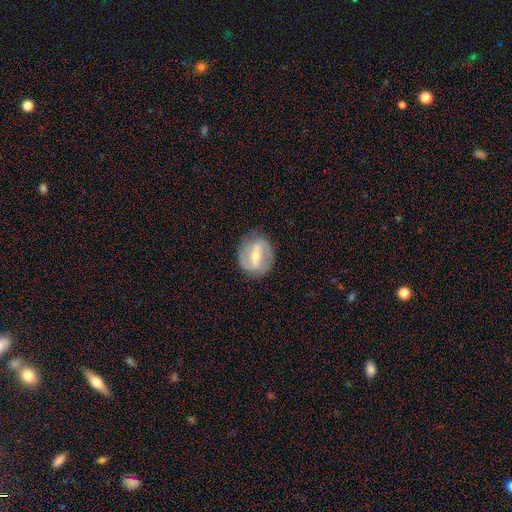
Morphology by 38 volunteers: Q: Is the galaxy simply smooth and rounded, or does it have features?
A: featured or disk — 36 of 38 (95%).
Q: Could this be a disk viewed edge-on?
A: no — 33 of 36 (92%).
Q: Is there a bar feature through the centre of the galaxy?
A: strong — 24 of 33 (73%).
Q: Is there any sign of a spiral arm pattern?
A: yes — 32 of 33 (97%).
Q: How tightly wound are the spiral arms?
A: tight — 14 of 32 (44%).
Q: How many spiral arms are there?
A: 2 — 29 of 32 (91%).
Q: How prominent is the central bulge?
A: small — 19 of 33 (58%).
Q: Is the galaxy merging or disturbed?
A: none — 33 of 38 (87%).